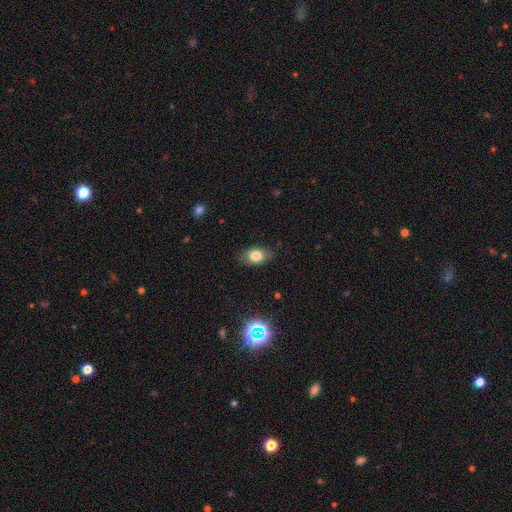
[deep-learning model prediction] smooth_or_featured: smooth (p=0.78) [alt: featured or disk p=0.12]
how_rounded: in between (p=0.82) [alt: round p=0.16]
merging: none (p=0.81) [alt: minor disturbance p=0.14]